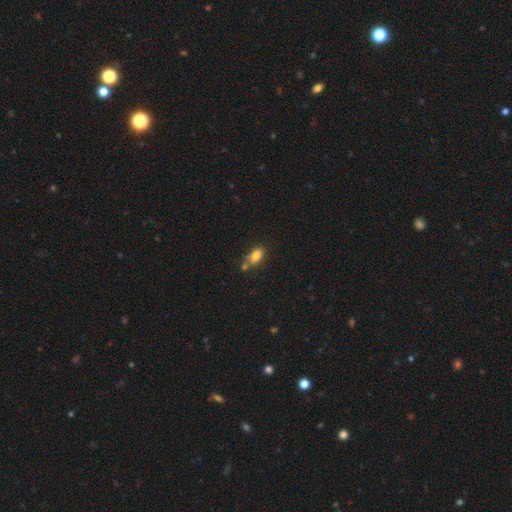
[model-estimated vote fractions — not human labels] The model was most divided on "merging": none: 49%, merger: 28%, minor disturbance: 17%, major disturbance: 6%. More confident: how rounded — in between (86%); smooth or featured — smooth (81%).